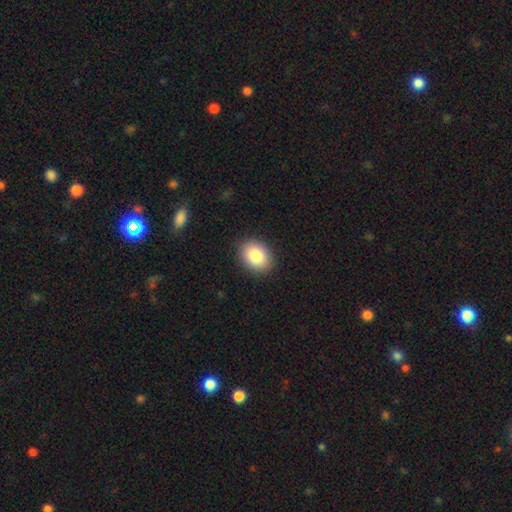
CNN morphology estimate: type=smooth (84%); roundness=in between (63%); merging=none (90%).